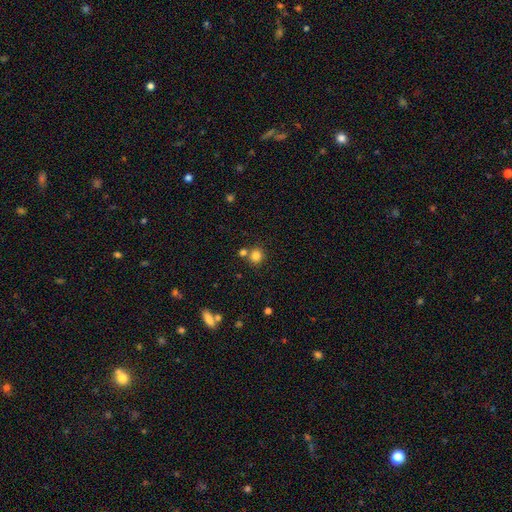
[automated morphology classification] Smooth or featured? smooth (82%)
How rounded? round (88%)
Merging? none (70%)